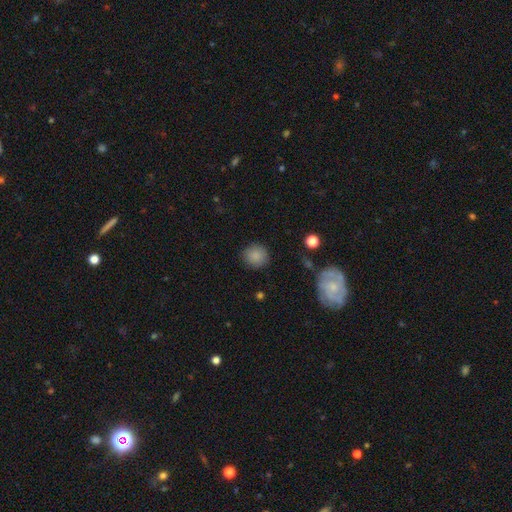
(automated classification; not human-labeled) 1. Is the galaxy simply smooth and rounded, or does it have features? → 86% smooth, 10% star or artifact, 4% featured or disk.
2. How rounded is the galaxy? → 91% round, 8% in between, 1% cigar-shaped.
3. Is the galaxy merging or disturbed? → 88% none, 8% minor disturbance, 3% major disturbance, 1% merger.